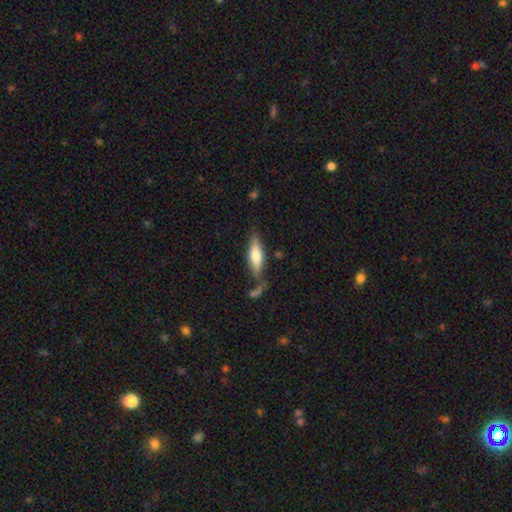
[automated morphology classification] smooth_or_featured: smooth (p=0.53) [alt: featured or disk p=0.41]
how_rounded: cigar-shaped (p=0.56) [alt: in between p=0.42]
merging: none (p=0.64) [alt: minor disturbance p=0.19]